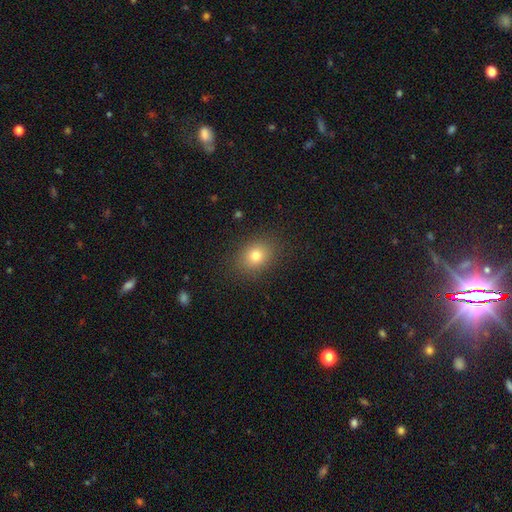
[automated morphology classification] The model was most divided on "how rounded": in between: 51%, round: 48%, cigar-shaped: 1%. More confident: merging — none (87%); smooth or featured — smooth (78%).